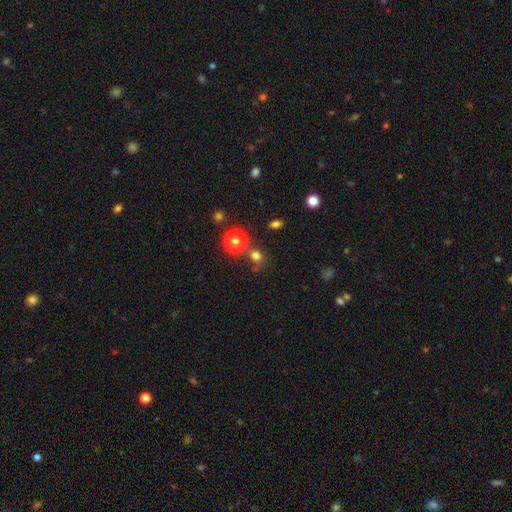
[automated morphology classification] The model was most divided on "smooth or featured": smooth: 72%, star or artifact: 22%, featured or disk: 6%. More confident: how rounded — round (85%); merging — none (73%).